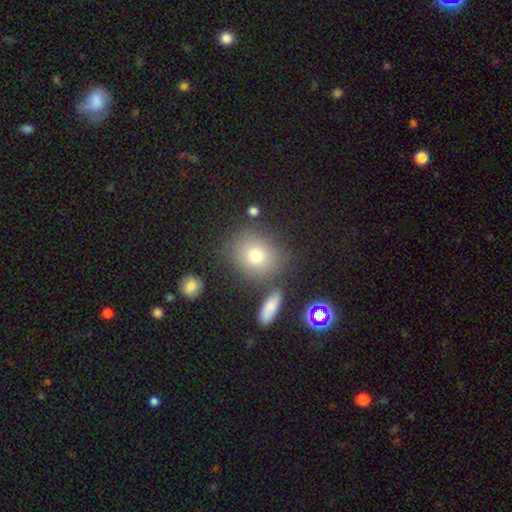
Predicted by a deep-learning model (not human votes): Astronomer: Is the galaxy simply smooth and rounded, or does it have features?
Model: smooth — 74%.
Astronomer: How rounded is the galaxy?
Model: round — 76%.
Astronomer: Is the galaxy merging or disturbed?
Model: none — 78%.